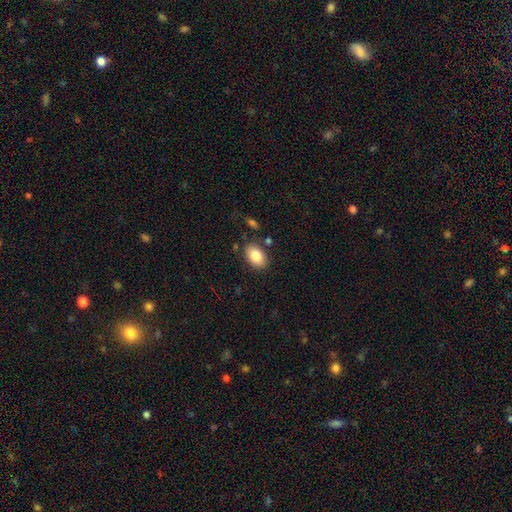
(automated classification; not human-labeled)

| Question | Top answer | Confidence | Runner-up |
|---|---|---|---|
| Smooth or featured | smooth | 84% | featured or disk (9%) |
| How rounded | in between | 86% | round (13%) |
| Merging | none | 82% | minor disturbance (12%) |